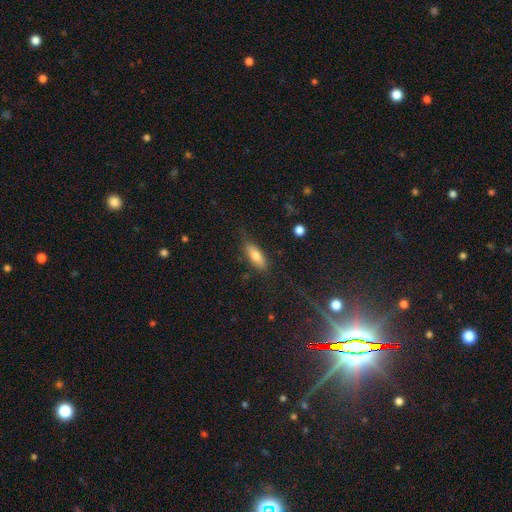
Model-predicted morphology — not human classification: This appears to be a smooth galaxy with no disk features (73%) that is in between round and cigar-shaped (64%). Merging: none (77%).